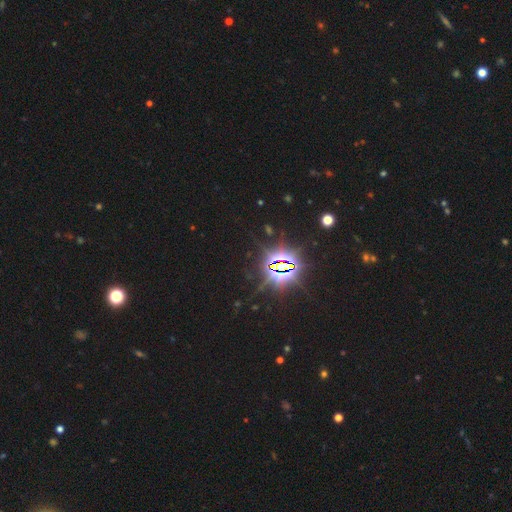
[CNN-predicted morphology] Q: Smooth or featured?
A: star or artifact (86%); runner-up: smooth (9%)